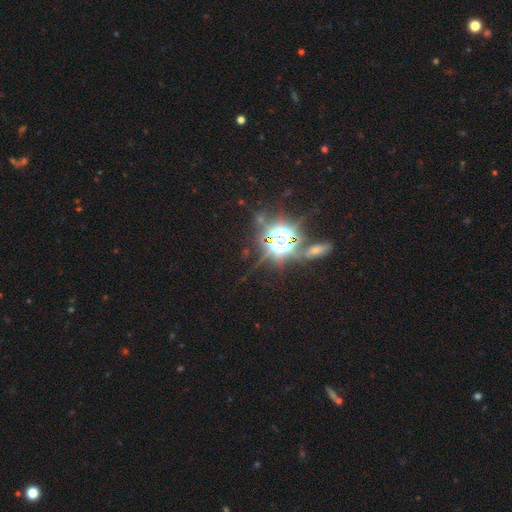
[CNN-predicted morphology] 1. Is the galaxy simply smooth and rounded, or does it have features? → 83% star or artifact, 11% smooth, 6% featured or disk.